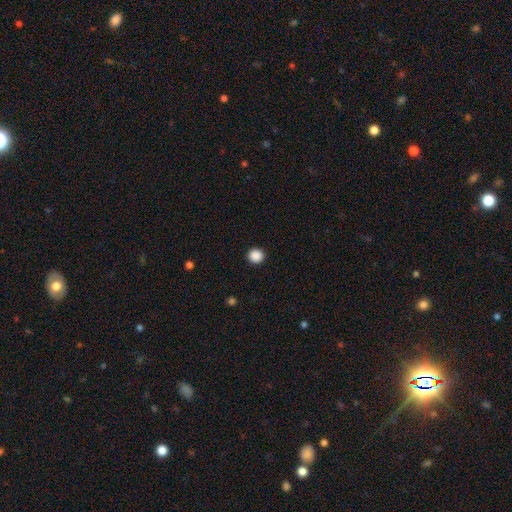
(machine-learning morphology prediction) smooth-or-featured: smooth: 88% | star or artifact: 10% | featured or disk: 2%
  how-rounded: round: 94% | in between: 5% | cigar-shaped: 1%
  merging: none: 93% | minor disturbance: 4% | major disturbance: 2% | merger: 1%